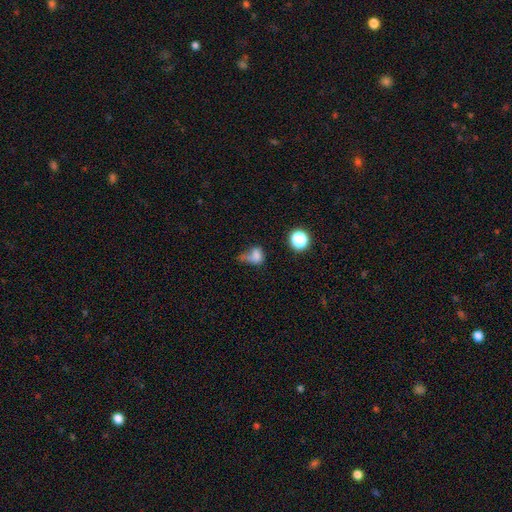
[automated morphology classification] This appears to be a smooth galaxy with no disk features (68%) that is in between round and cigar-shaped (59%). Merging: major disturbance (40%).